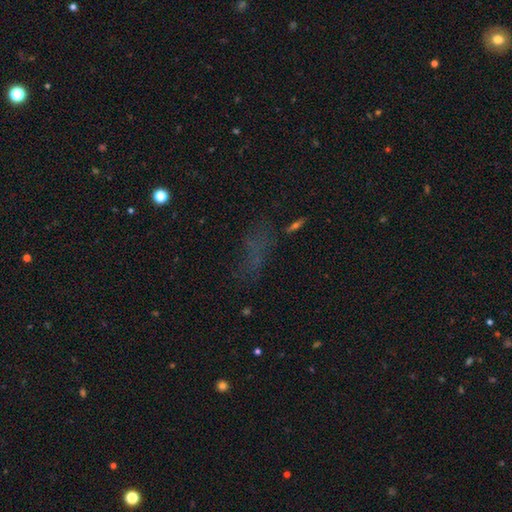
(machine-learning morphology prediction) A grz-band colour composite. It shows a smooth galaxy with no disk features (41%). Merging: none (63%).